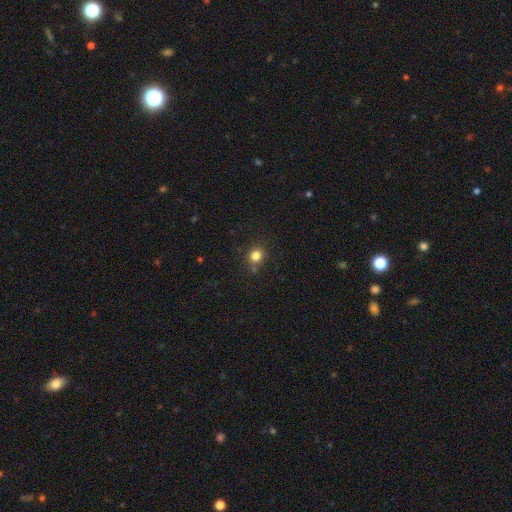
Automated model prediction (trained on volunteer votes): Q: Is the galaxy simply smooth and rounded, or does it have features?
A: smooth — 81%.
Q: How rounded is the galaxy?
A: round — 86%.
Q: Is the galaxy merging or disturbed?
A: none — 79%.